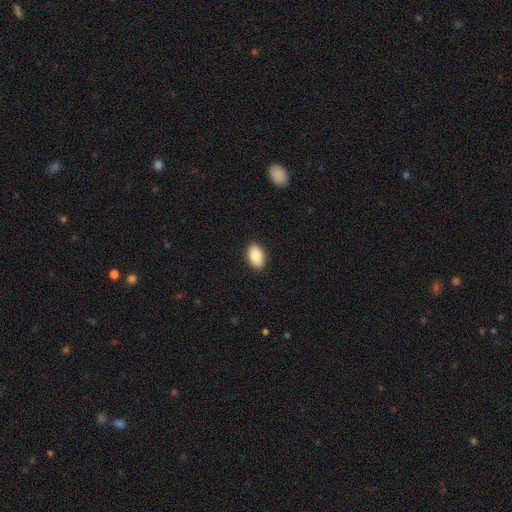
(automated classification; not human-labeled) Smooth or featured? Predicted: smooth (p=0.88). How rounded? Predicted: in between (p=0.92). Merging? Predicted: none (p=0.90).